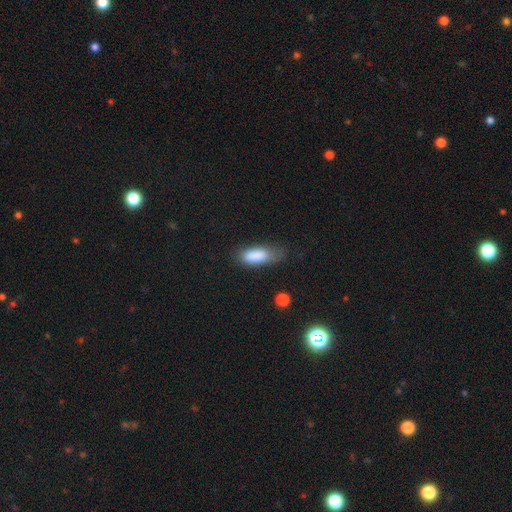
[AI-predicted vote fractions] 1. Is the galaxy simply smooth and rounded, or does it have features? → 85% smooth, 8% featured or disk, 7% star or artifact.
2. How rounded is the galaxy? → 72% in between, 26% cigar-shaped, 2% round.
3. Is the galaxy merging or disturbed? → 50% none, 33% minor disturbance, 14% major disturbance, 3% merger.